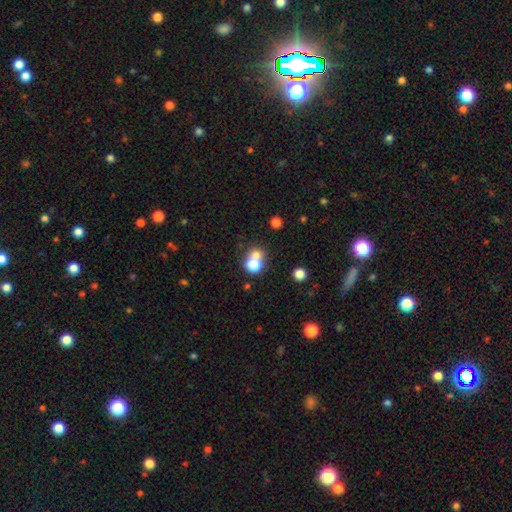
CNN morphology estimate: smooth-or-featured: smooth: 72% | star or artifact: 15% | featured or disk: 13%
  how-rounded: round: 78% | in between: 21% | cigar-shaped: 1%
  merging: merger: 51% | none: 39% | minor disturbance: 6% | major disturbance: 4%